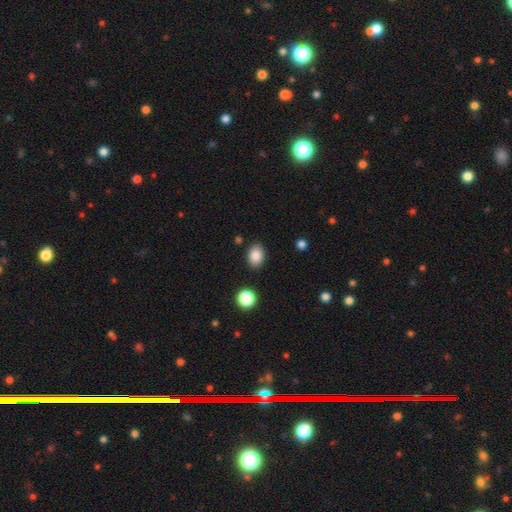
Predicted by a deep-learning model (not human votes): smooth 86%, star or artifact 9%, featured or disk 5%. Down the decision tree: how rounded — in between (71%); merging — none (87%).